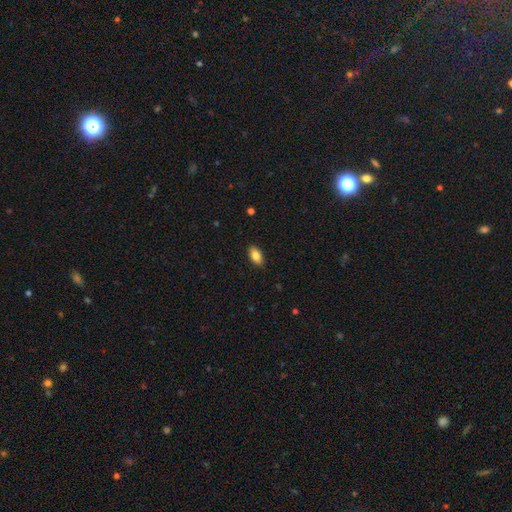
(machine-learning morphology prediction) Smooth or featured? smooth (84%)
How rounded? in between (92%)
Merging? none (89%)